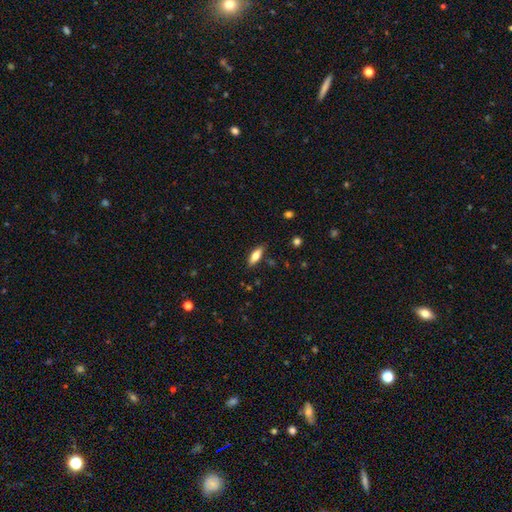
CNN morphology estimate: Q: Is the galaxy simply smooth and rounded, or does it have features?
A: smooth — 74%.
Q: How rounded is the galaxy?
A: in between — 69%.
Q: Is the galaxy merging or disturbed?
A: none — 84%.